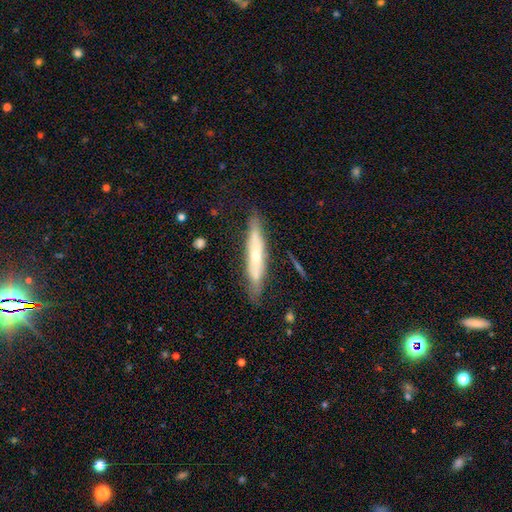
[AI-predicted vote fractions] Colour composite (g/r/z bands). It shows a featured or disk galaxy (56%) viewed edge-on (67%). Merging: none (75%).